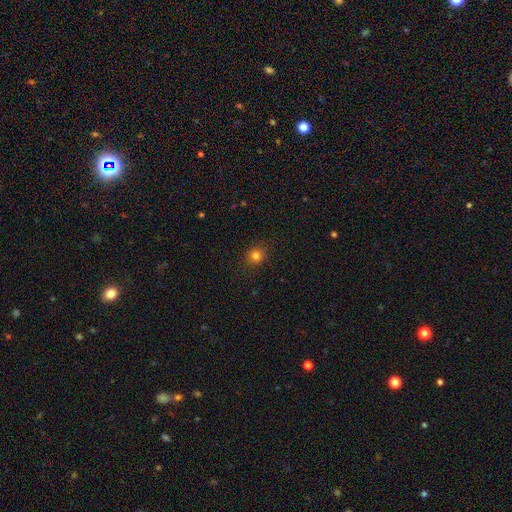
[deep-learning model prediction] smooth_or_featured: smooth (p=0.80) [alt: star or artifact p=0.14]
how_rounded: round (p=0.79) [alt: in between p=0.20]
merging: none (p=0.88) [alt: minor disturbance p=0.08]